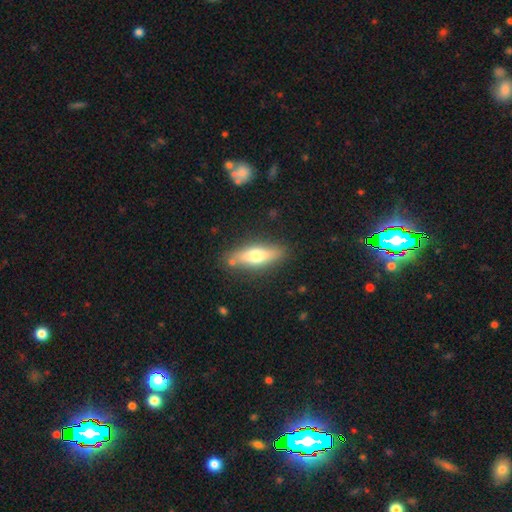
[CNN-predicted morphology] Overall: smooth (58%; featured or disk 36%). How rounded: cigar-shaped (55%; in between 43%). Merging: none (82%).